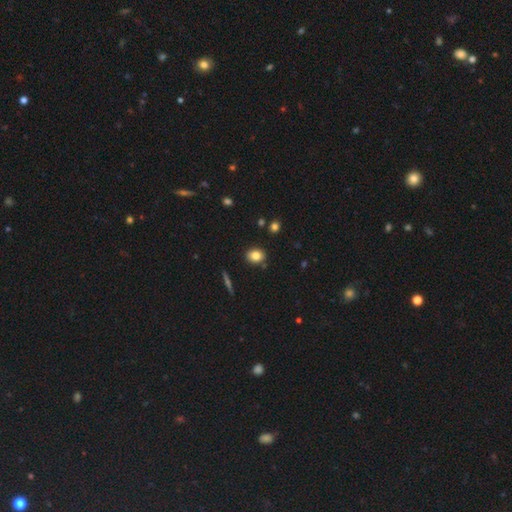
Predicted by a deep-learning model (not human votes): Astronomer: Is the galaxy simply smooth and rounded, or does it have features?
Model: smooth — 81%.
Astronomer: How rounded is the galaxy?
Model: round — 50% (runner-up: in between, 48%).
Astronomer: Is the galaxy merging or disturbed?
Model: none — 86%.